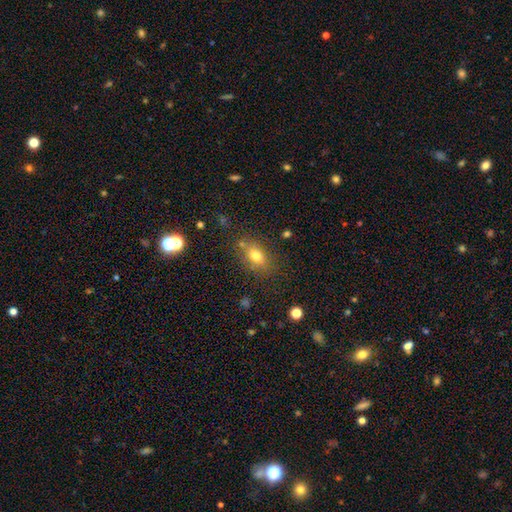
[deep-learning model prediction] The model was most divided on "how rounded": in between: 75%, round: 21%, cigar-shaped: 4%. More confident: smooth or featured — smooth (75%); merging — none (72%).